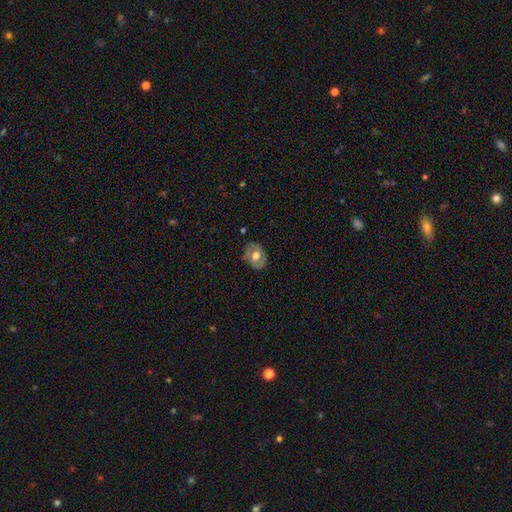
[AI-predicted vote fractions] This is possibly a featured or disk galaxy (49%). Merging: likely none (77%).